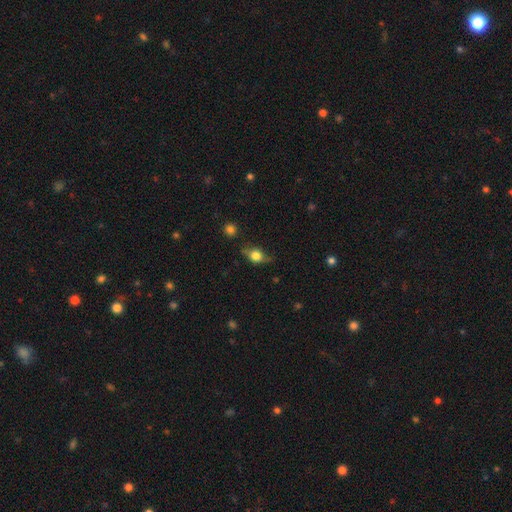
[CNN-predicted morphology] A smooth galaxy with no disk features (67%) that is in between round and cigar-shaped (49%). Merging: none (65%).